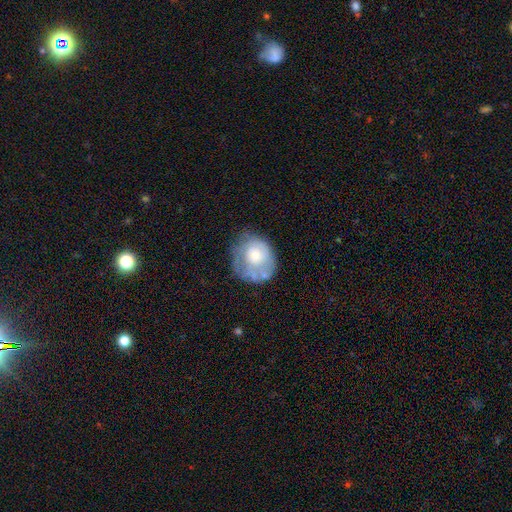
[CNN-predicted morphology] Smooth or featured?
  - smooth: 49% *
  - featured or disk: 44%
  - star or artifact: 8%
Merging?
  - none: 47% *
  - minor disturbance: 28%
  - major disturbance: 18%
  - merger: 7%